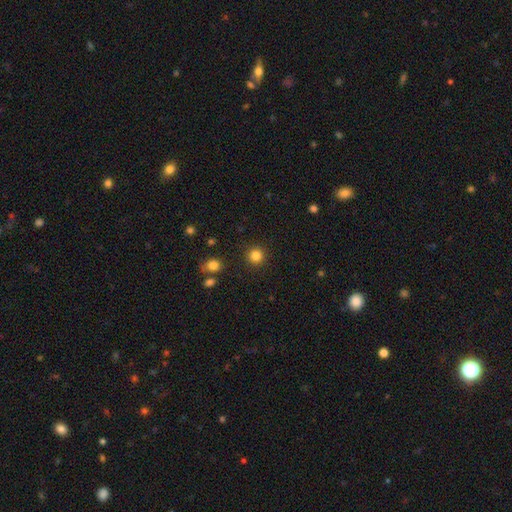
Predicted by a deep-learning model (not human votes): The model was most divided on "smooth or featured": smooth: 84%, star or artifact: 12%, featured or disk: 4%. More confident: how rounded — round (94%); merging — none (91%).